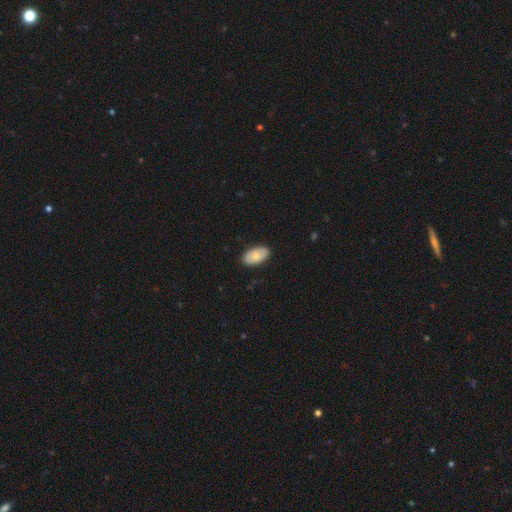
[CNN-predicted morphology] smooth-or-featured: smooth: 69% | featured or disk: 25% | star or artifact: 6%
  how-rounded: in between: 94% | round: 4% | cigar-shaped: 2%
  merging: none: 88% | minor disturbance: 10% | major disturbance: 2% | merger: 1%